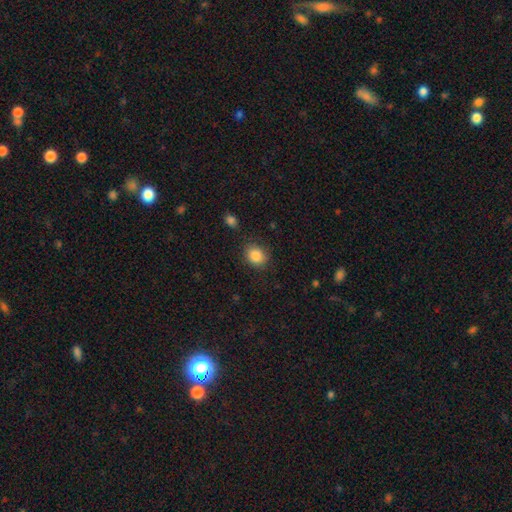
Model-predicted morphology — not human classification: Smooth or featured? smooth (86%)
How rounded? round (63%)
Merging? none (83%)